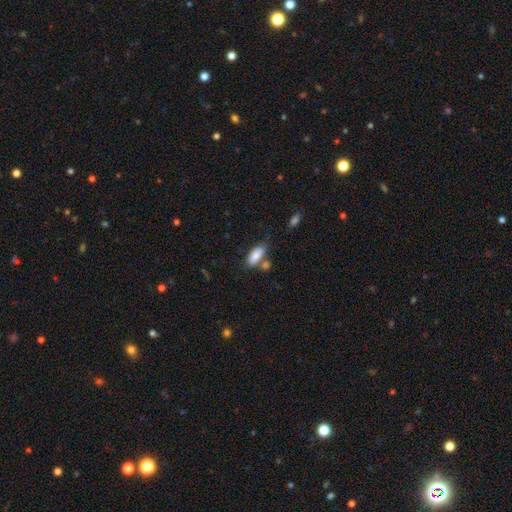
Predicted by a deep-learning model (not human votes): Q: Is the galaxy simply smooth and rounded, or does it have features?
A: smooth — 82%.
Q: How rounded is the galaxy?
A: in between — 84%.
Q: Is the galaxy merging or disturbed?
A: none — 56%.